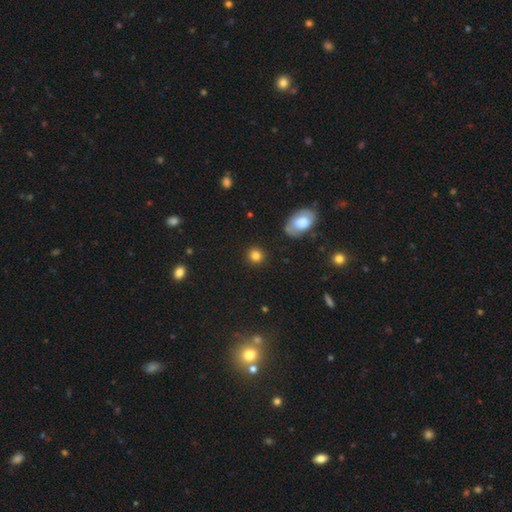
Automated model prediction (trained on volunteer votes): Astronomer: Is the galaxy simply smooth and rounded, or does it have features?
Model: smooth — 82%.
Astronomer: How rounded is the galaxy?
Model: round — 91%.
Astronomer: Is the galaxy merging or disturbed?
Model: none — 89%.